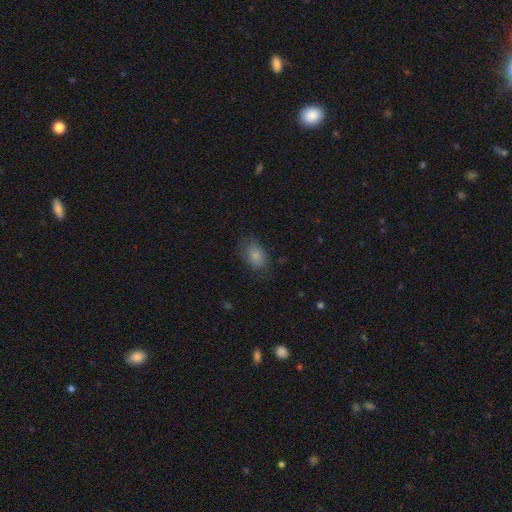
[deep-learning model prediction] Smooth or featured?
  - smooth: 82% *
  - featured or disk: 9%
  - star or artifact: 9%
How rounded?
  - in between: 79% *
  - round: 20%
  - cigar-shaped: 1%
Merging?
  - none: 70% *
  - minor disturbance: 21%
  - major disturbance: 7%
  - merger: 1%